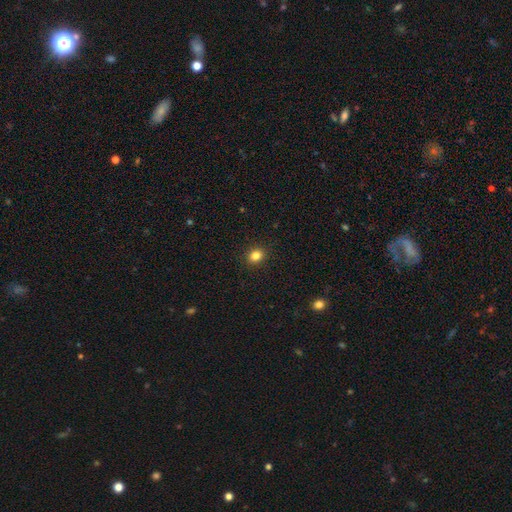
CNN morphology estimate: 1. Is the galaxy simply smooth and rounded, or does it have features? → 83% smooth, 12% star or artifact, 5% featured or disk.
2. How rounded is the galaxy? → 63% round, 36% in between, 1% cigar-shaped.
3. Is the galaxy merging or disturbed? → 91% none, 6% minor disturbance, 2% major disturbance, 1% merger.